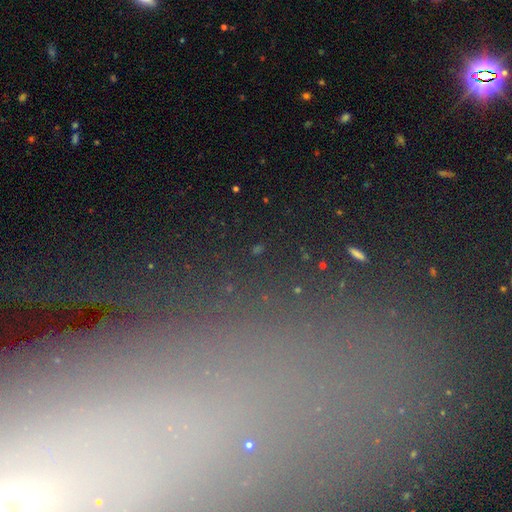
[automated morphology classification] This is possibly a star or artifact rather than a galaxy (56%).